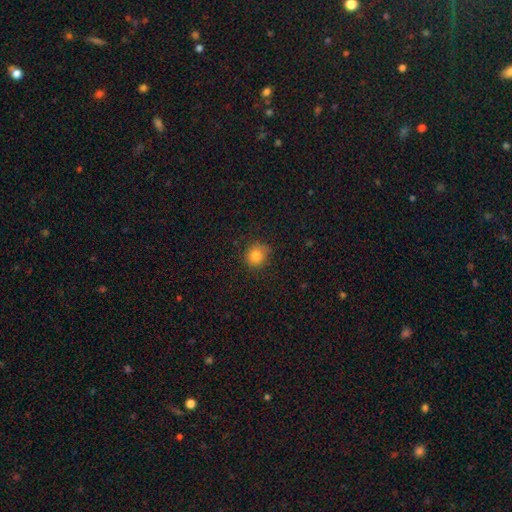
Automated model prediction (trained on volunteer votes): A smooth galaxy with no disk features (81%) that is round (87%). Merging: none (81%).